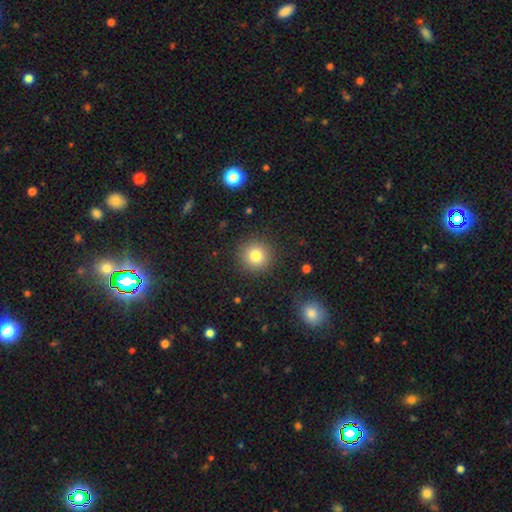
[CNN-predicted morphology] Smooth or featured? Predicted: smooth (p=0.81). How rounded? Predicted: round (p=0.94). Merging? Predicted: none (p=0.90).